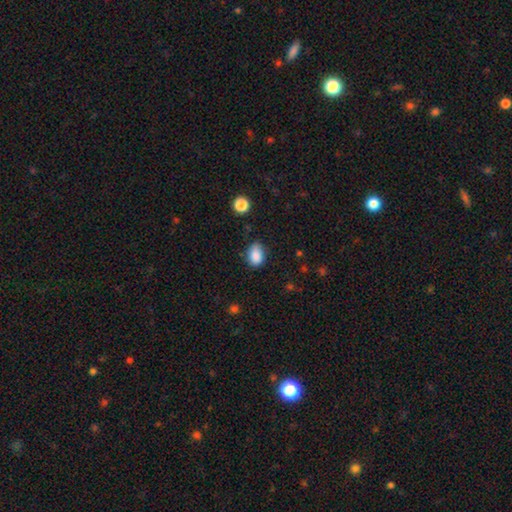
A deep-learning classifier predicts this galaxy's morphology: Smooth or featured: smooth — 87% (star or artifact — 9%)
How rounded: in between — 81% (round — 17%)
Merging: none — 70% (minor disturbance — 24%)